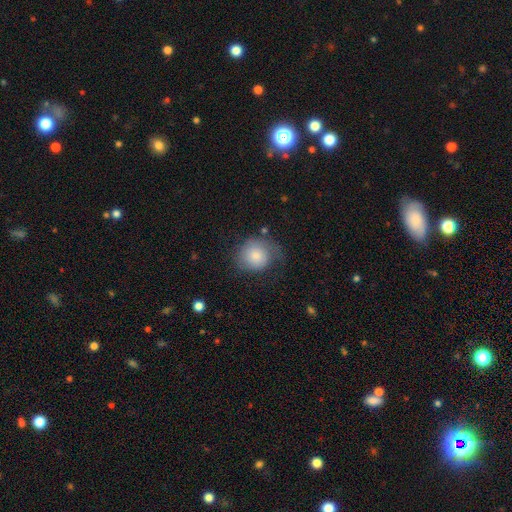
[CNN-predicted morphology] type=smooth (70%); roundness=round (83%); merging=none (49%).